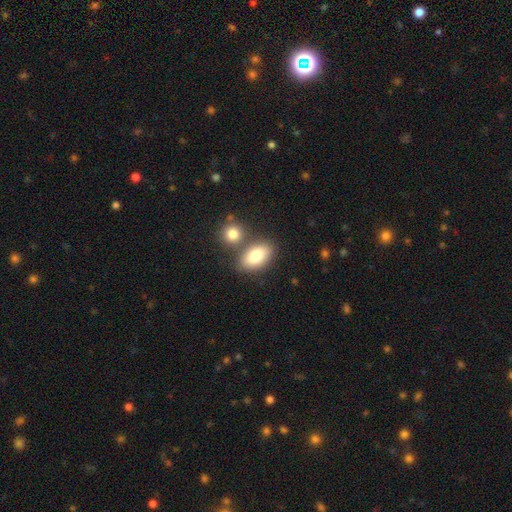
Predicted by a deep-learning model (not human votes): A smooth galaxy with no disk features (82%) that is in between round and cigar-shaped (91%).

Vote fractions:
- Smooth or featured? smooth: 82% / featured or disk: 11% / star or artifact: 7%
- How rounded? in between: 91% / round: 7% / cigar-shaped: 3%
- Merging? none: 61% / merger: 25% / minor disturbance: 11% / major disturbance: 3%